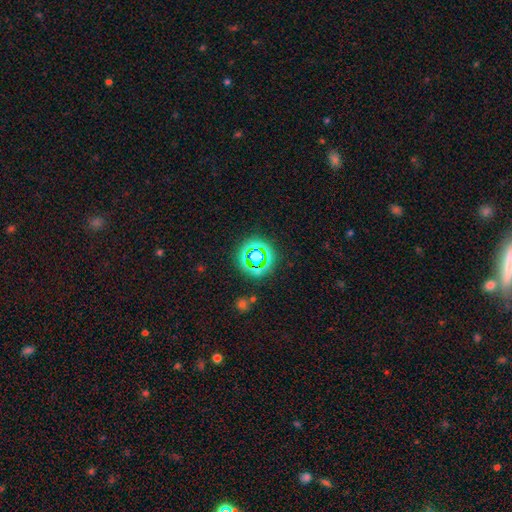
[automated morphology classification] smooth_or_featured: star or artifact (p=0.60) [alt: smooth p=0.28]